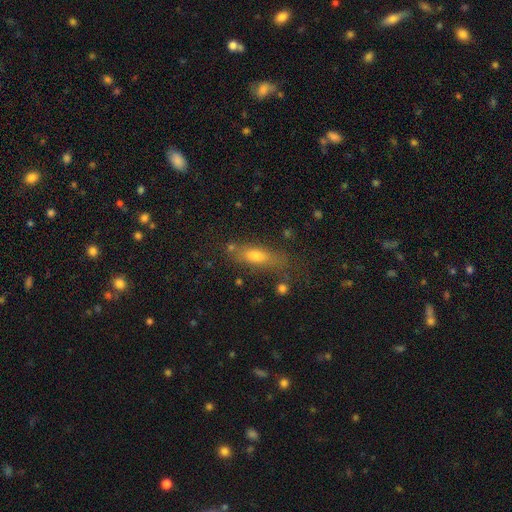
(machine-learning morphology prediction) Smooth or featured?
  - smooth: 67% *
  - featured or disk: 22%
  - star or artifact: 12%
How rounded?
  - in between: 51% *
  - cigar-shaped: 45%
  - round: 4%
Merging?
  - none: 66% *
  - minor disturbance: 19%
  - major disturbance: 9%
  - merger: 7%